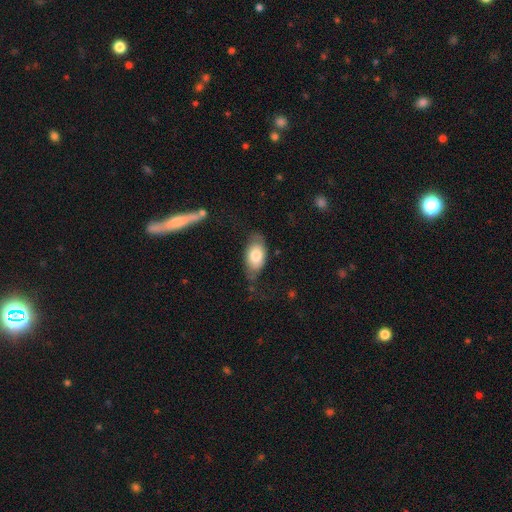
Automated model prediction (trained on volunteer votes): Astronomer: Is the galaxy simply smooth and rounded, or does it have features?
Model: smooth — 72%.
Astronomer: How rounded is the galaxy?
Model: in between — 92%.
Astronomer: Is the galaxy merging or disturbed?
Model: none — 59%.